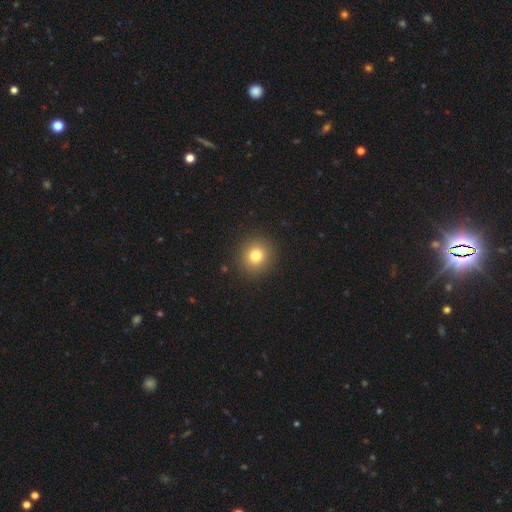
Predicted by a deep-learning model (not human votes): smooth 79%, star or artifact 13%, featured or disk 8%. Down the decision tree: how rounded — round (89%); merging — none (91%).